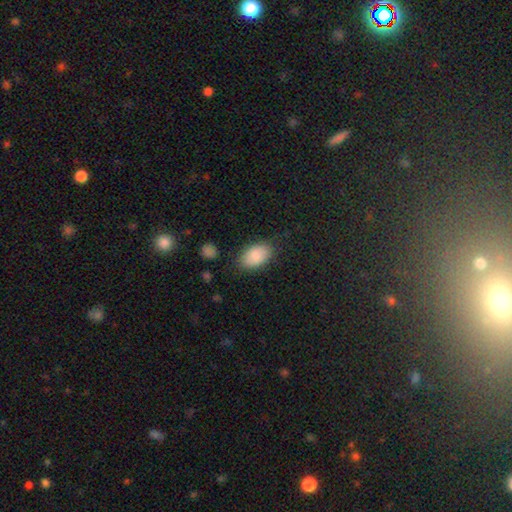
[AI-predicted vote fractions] Q: Smooth or featured?
A: smooth (88%); runner-up: star or artifact (7%)
Q: How rounded?
A: in between (92%); runner-up: round (7%)
Q: Merging?
A: none (79%); runner-up: minor disturbance (15%)